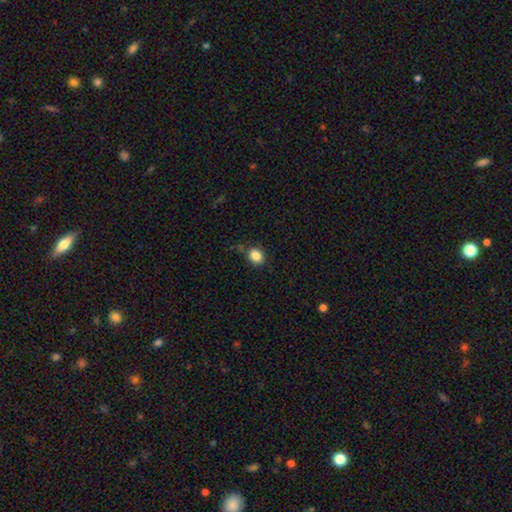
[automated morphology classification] A smooth galaxy with no disk features (85%) that is round (54%). Merging: none (78%).